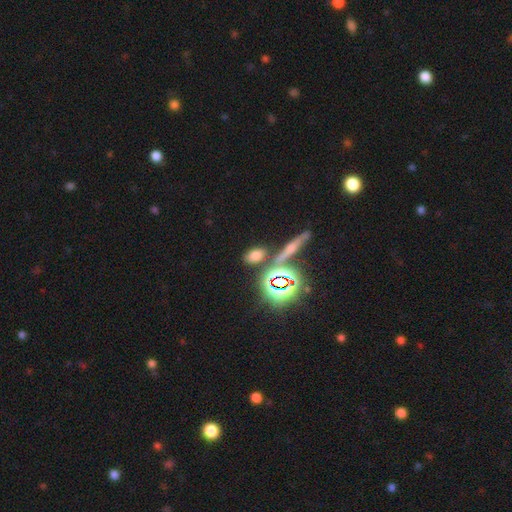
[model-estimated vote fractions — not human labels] Smooth or featured? smooth (65%)
How rounded? in between (79%)
Merging? none (77%)